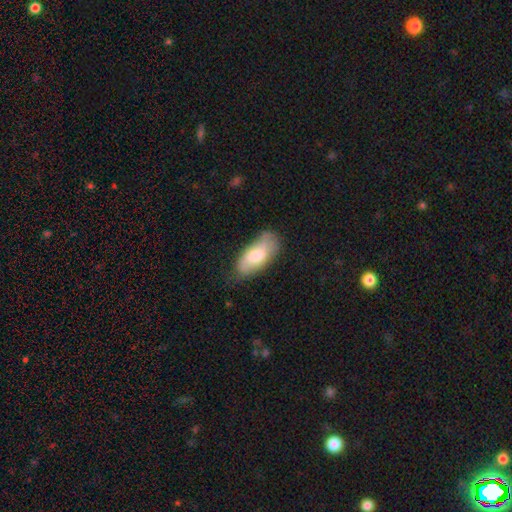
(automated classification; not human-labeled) Morphology: type=smooth (74%); roundness=in between (89%); merging=none (57%).